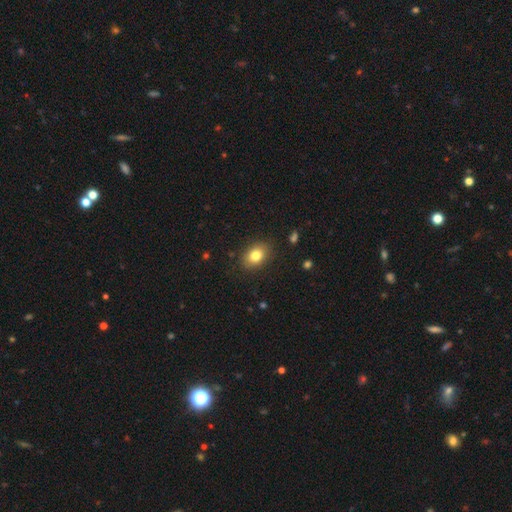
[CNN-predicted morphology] Smooth or featured? Predicted: smooth (p=0.81). How rounded? Predicted: in between (p=0.69). Merging? Predicted: none (p=0.86).